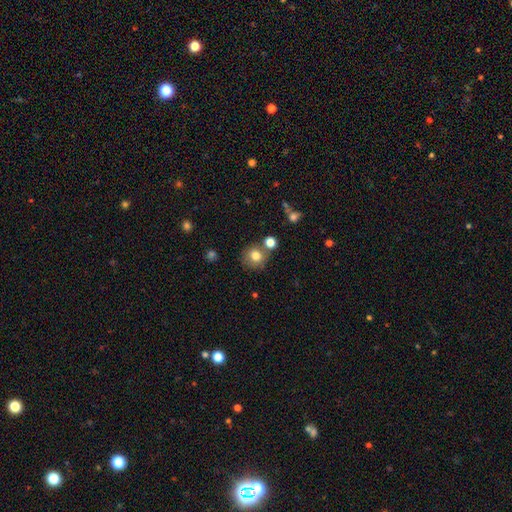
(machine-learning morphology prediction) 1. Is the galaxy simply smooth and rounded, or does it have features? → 78% smooth, 12% star or artifact, 10% featured or disk.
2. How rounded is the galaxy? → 87% round, 12% in between, 1% cigar-shaped.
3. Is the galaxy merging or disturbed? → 71% none, 14% merger, 11% minor disturbance, 4% major disturbance.